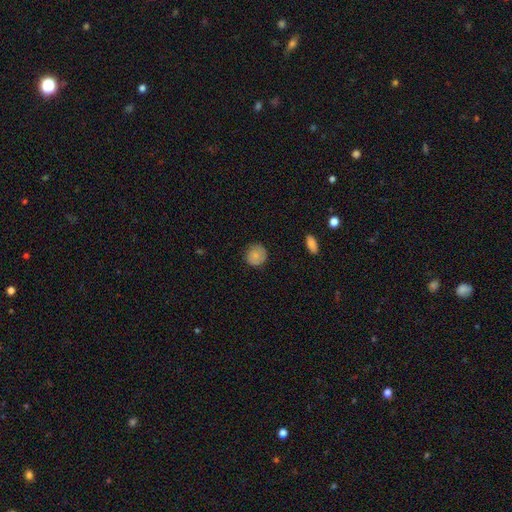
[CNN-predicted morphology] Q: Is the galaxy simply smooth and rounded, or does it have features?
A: smooth — 78%.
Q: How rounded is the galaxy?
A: round — 88%.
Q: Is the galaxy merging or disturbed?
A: none — 81%.